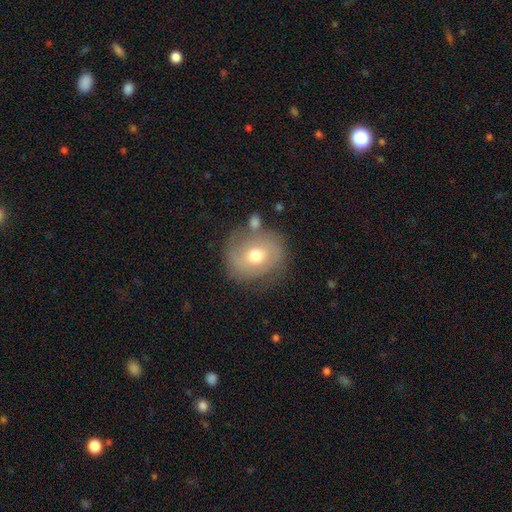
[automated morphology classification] Smooth or featured: smooth — 49% (featured or disk — 41%)
Merging: none — 69% (minor disturbance — 18%)